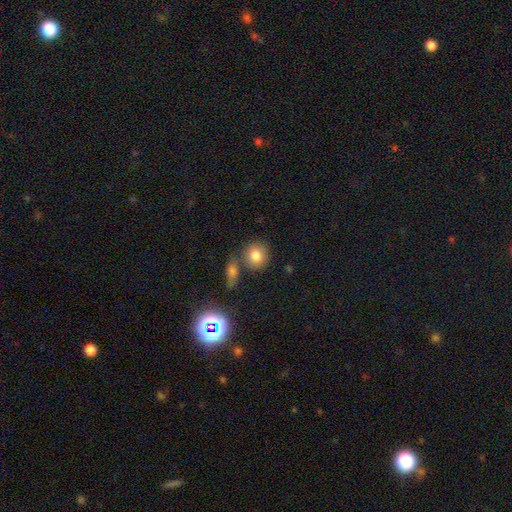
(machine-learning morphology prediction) Q: Smooth or featured?
A: smooth (80%); runner-up: star or artifact (11%)
Q: How rounded?
A: round (77%); runner-up: in between (21%)
Q: Merging?
A: none (70%); runner-up: merger (16%)